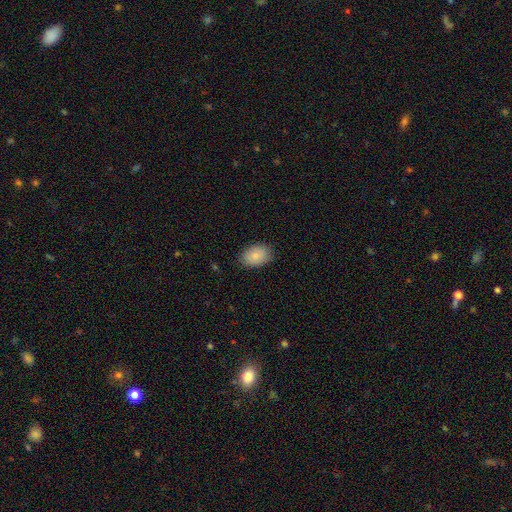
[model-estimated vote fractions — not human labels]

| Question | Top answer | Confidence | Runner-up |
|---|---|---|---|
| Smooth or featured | smooth | 85% | featured or disk (8%) |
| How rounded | in between | 83% | round (16%) |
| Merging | none | 84% | minor disturbance (13%) |